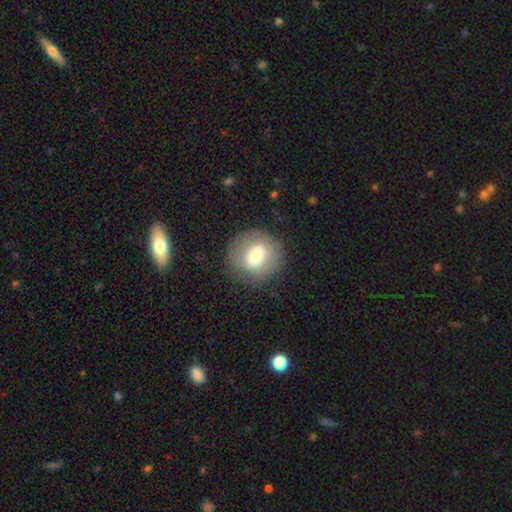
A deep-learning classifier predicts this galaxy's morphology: Smooth or featured? Predicted: smooth (p=0.60). How rounded? Predicted: round (p=0.86). Merging? Predicted: none (p=0.78).